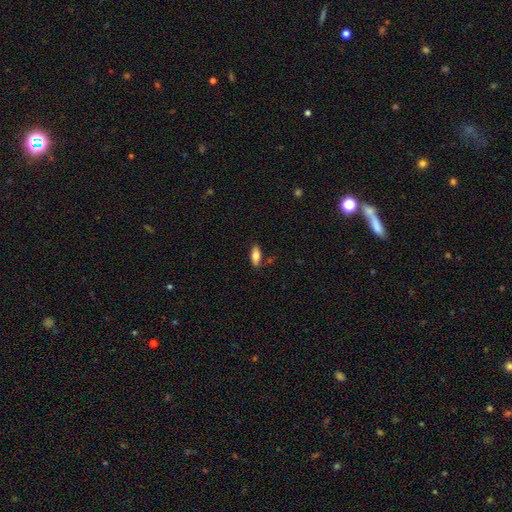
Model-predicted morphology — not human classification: smooth 80%, featured or disk 13%, star or artifact 7%. Down the decision tree: how rounded — in between (82%); merging — none (80%).